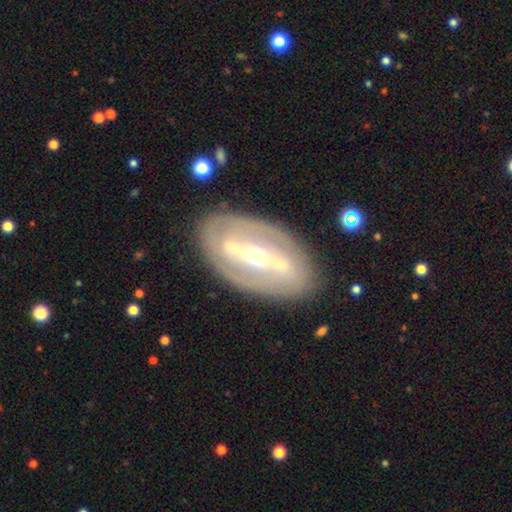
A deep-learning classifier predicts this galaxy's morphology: smooth_or_featured: featured or disk (p=0.82) [alt: smooth p=0.13]
disk_edge_on: no (p=0.88) [alt: yes p=0.12]
bar: strong (p=0.76) [alt: weak p=0.16]
has_spiral_arms: yes (p=0.54) [alt: no p=0.46]
bulge_size: moderate (p=0.62) [alt: small p=0.30]
merging: none (p=0.84) [alt: minor disturbance p=0.11]